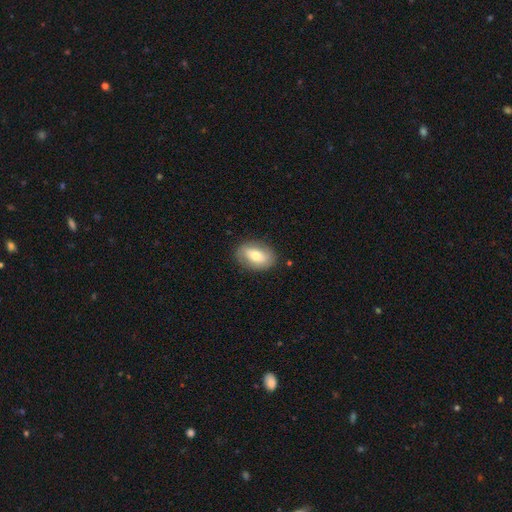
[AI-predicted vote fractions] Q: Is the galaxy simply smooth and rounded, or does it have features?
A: smooth — 65%.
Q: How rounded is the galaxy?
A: in between — 85%.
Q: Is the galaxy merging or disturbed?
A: none — 84%.